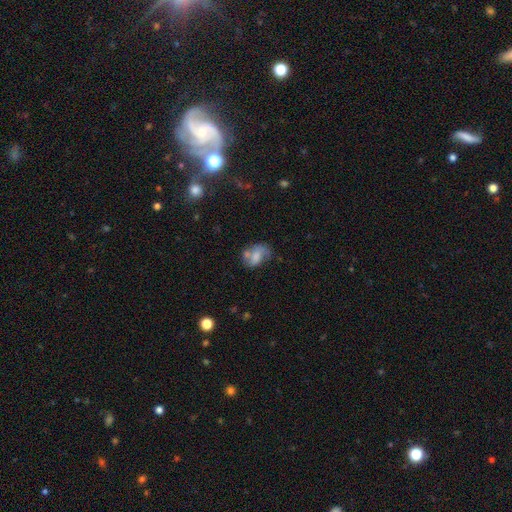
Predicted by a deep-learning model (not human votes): smooth_or_featured: smooth (p=0.56) [alt: featured or disk p=0.34]
how_rounded: in between (p=0.78) [alt: round p=0.21]
merging: none (p=0.38) [alt: minor disturbance p=0.25]